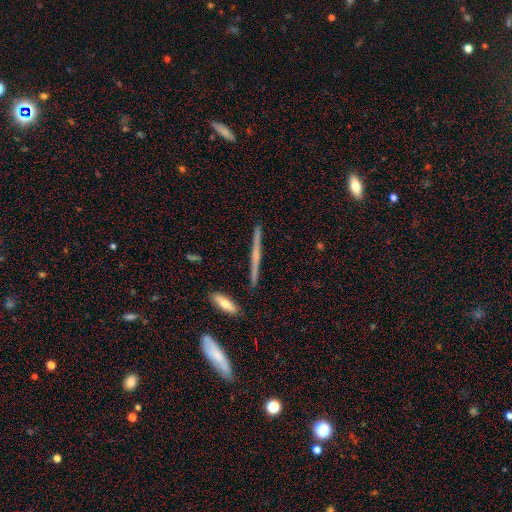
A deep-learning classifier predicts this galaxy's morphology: type=featured or disk (64%); edge-on=yes (97%); edge-on bulge=none (54%); merging=none (89%).